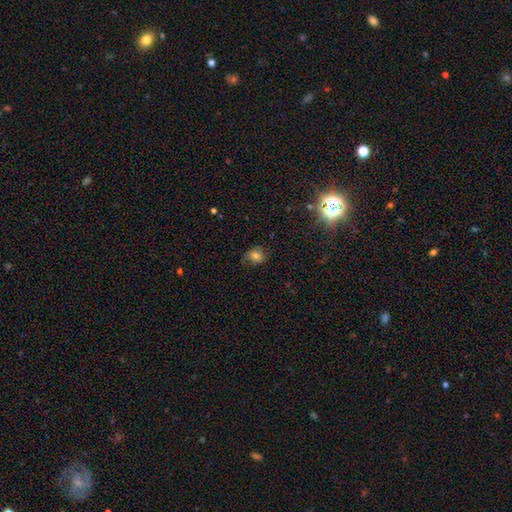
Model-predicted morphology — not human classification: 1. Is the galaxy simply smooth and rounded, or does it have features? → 67% smooth, 19% featured or disk, 14% star or artifact.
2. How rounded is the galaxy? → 58% round, 41% in between, 1% cigar-shaped.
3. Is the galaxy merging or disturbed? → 63% none, 25% minor disturbance, 10% major disturbance, 1% merger.